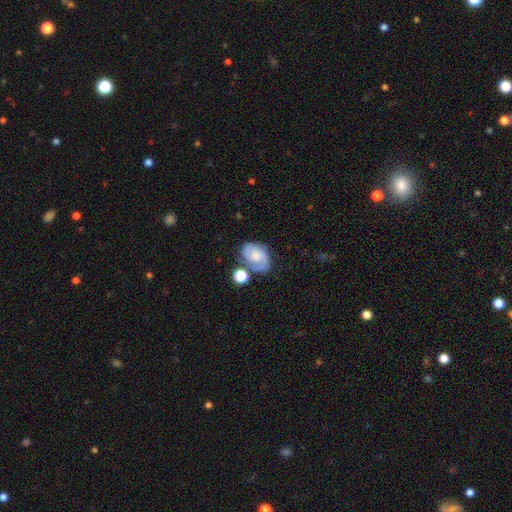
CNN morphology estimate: A featured or disk galaxy (71%) with no bar (66%), 2 (70%) tight (48%) spiral arms (93%) and a small central bulge (40%).

Vote fractions:
- Smooth or featured? featured or disk: 71% / smooth: 21% / star or artifact: 8%
- Edge-on disk? no: 97% / yes: 3%
- Bar? no: 66% / weak: 29% / strong: 5%
- Spiral arms? yes: 93% / no: 7%
- Spiral winding? tight: 48% / medium: 41% / loose: 12%
- Spiral arm count? 2: 70% / can't tell: 13% / 1: 8% / 3: 6% / 4: 2% / more than 4: 2%
- Bulge size? small: 40% / moderate: 28% / none: 21% / large: 8% / dominant: 2%
- Merging? none: 56% / minor disturbance: 20% / merger: 13% / major disturbance: 10%